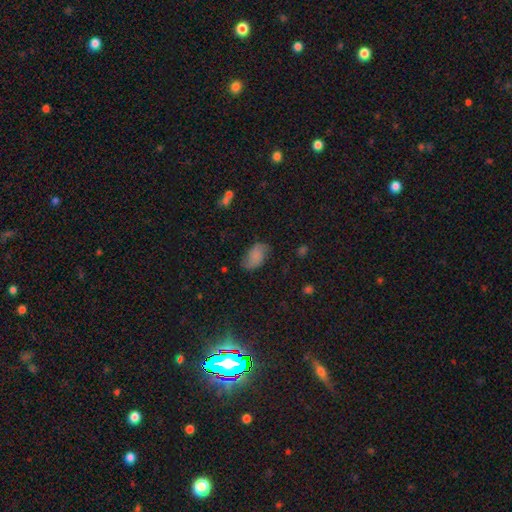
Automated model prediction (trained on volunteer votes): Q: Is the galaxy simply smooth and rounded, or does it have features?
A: smooth — 55%.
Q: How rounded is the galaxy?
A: in between — 91%.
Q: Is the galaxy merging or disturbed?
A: none — 67%.